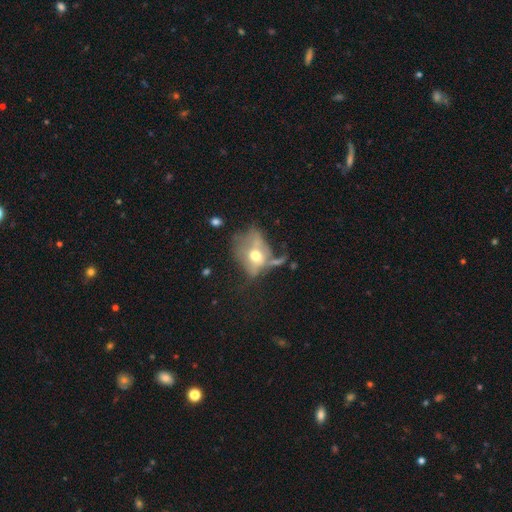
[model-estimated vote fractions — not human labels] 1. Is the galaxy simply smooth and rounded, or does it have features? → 48% smooth, 41% featured or disk, 11% star or artifact.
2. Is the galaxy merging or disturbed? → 41% major disturbance, 25% none, 20% minor disturbance, 15% merger.